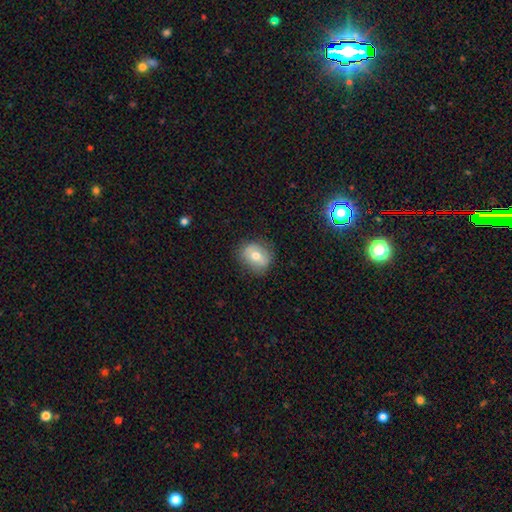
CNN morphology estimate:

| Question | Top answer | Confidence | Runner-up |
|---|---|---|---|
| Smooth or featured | smooth | 62% | featured or disk (29%) |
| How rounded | round | 61% | in between (38%) |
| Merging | none | 79% | minor disturbance (16%) |